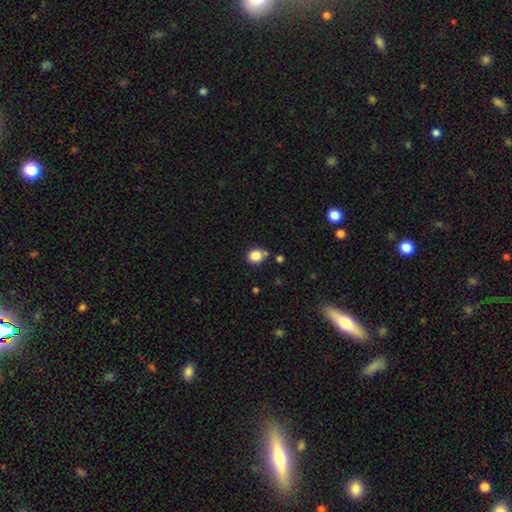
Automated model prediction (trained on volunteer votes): Q: Smooth or featured?
A: smooth (85%); runner-up: star or artifact (10%)
Q: How rounded?
A: round (80%); runner-up: in between (19%)
Q: Merging?
A: none (71%); runner-up: minor disturbance (15%)